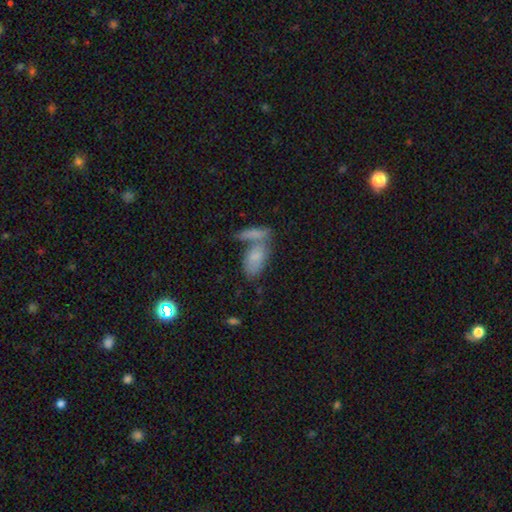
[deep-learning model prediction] A smooth galaxy with no disk features (71%) that is in between round and cigar-shaped (84%). Merging: merger (49%).